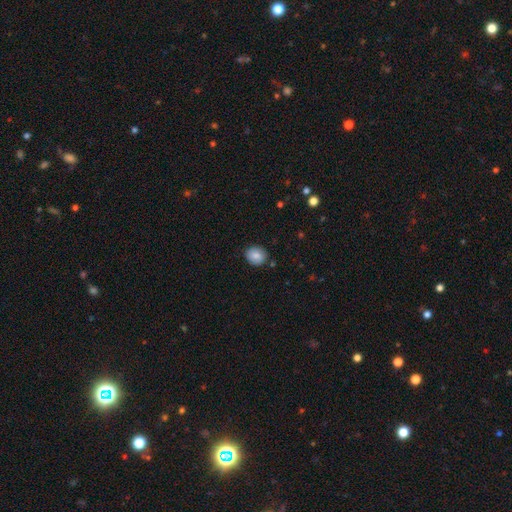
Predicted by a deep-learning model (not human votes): Smooth or featured?
  - smooth: 84% *
  - star or artifact: 8%
  - featured or disk: 8%
How rounded?
  - round: 72% *
  - in between: 27%
  - cigar-shaped: 1%
Merging?
  - none: 87% *
  - minor disturbance: 10%
  - major disturbance: 2%
  - merger: 2%